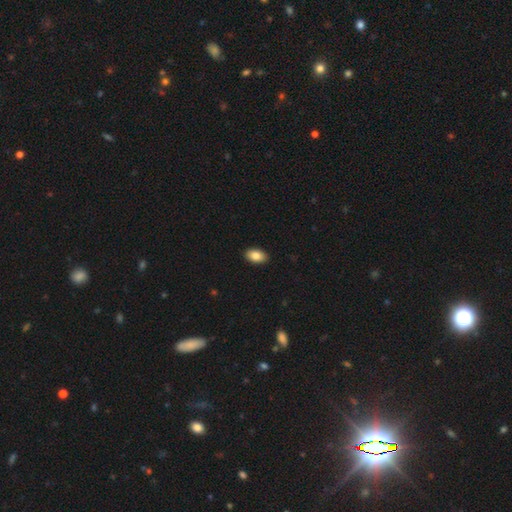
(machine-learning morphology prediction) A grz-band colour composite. It shows a smooth galaxy with no disk features (85%) that is in between round and cigar-shaped (92%). Merging: none (91%).